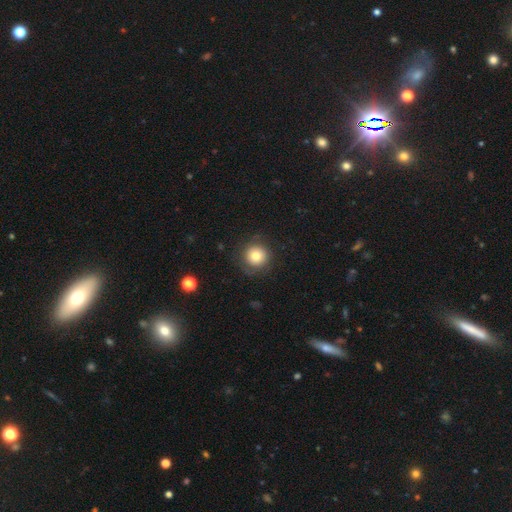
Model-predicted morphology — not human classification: smooth 75%, featured or disk 15%, star or artifact 10%. Down the decision tree: how rounded — round (94%); merging — none (80%).